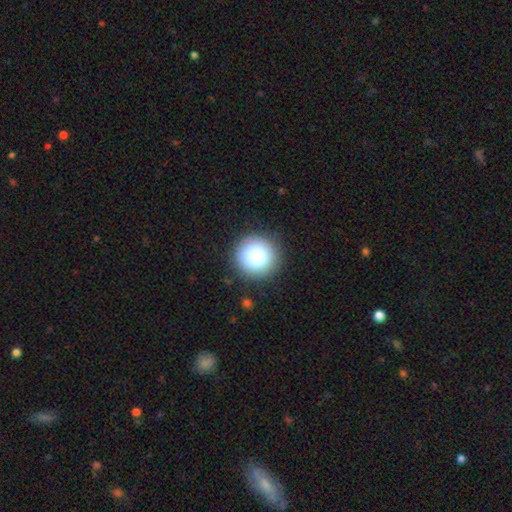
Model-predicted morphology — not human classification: Smooth or featured: smooth — 83% (star or artifact — 8%)
How rounded: round — 95% (in between — 4%)
Merging: none — 88% (minor disturbance — 8%)